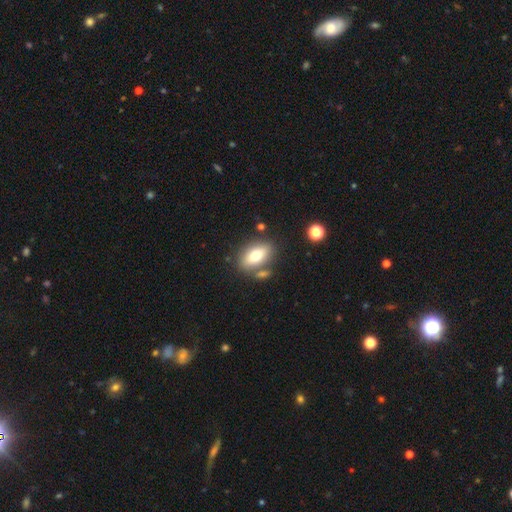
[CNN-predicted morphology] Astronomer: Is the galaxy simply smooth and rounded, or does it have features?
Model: smooth — 70%.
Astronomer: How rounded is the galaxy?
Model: in between — 85%.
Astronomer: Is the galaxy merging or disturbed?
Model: none — 71%.